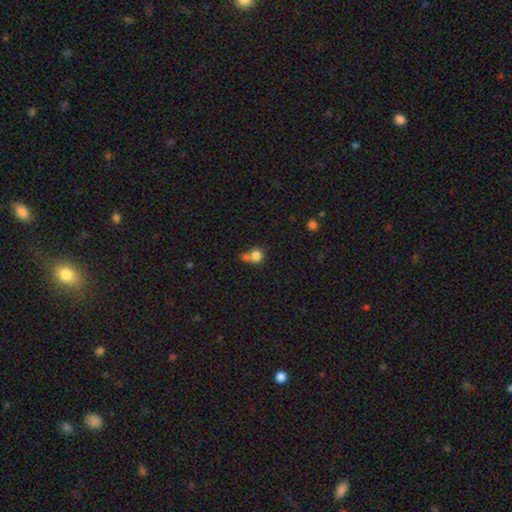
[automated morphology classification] This appears to be a smooth galaxy with no disk features (79%) that is round (81%). Merging: merger (47%).